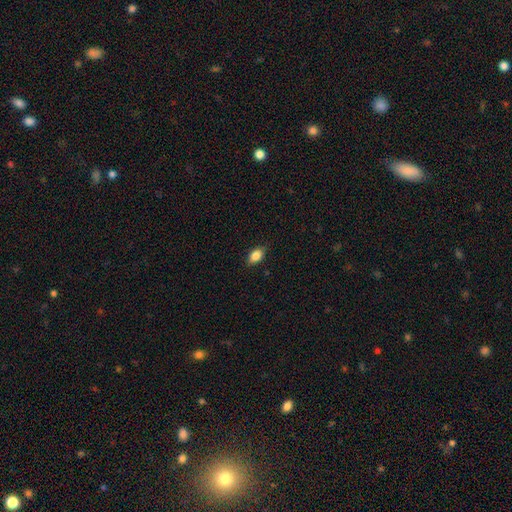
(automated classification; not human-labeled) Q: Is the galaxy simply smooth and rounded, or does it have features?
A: smooth — 84%.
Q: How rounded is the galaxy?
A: in between — 87%.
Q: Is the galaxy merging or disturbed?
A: none — 85%.